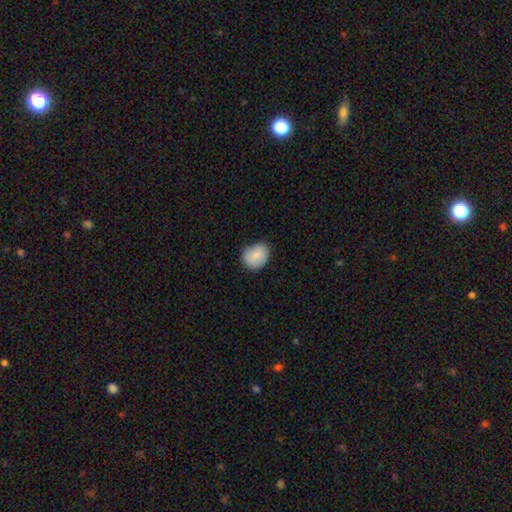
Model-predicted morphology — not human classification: Smooth or featured? smooth (82%)
How rounded? round (52%)
Merging? none (71%)